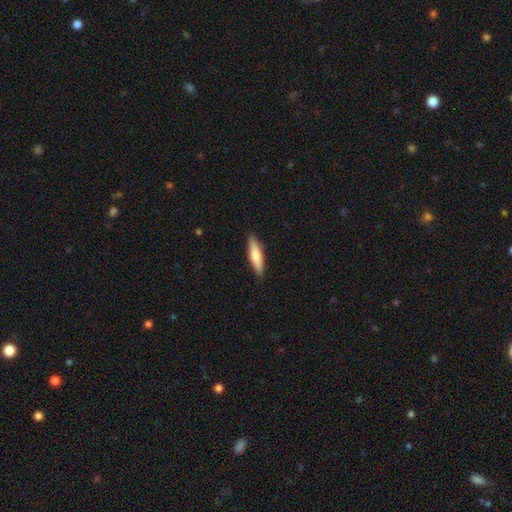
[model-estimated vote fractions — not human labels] A smooth galaxy with no disk features (70%) that is cigar-shaped (74%). Merging: none (89%).